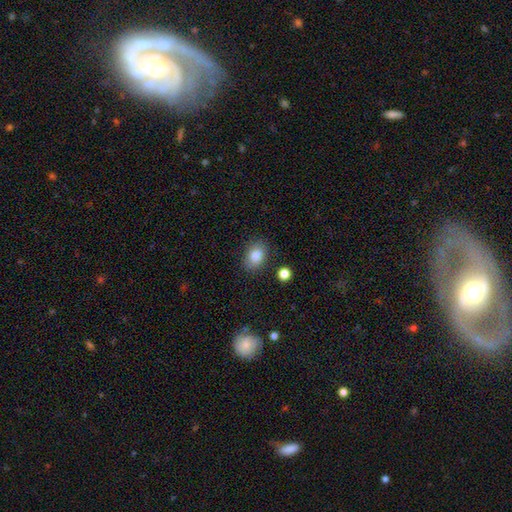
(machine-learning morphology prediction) Smooth or featured? smooth (84%)
How rounded? in between (75%)
Merging? none (84%)